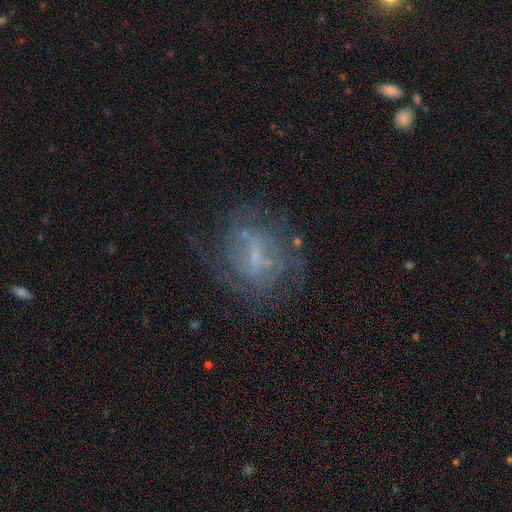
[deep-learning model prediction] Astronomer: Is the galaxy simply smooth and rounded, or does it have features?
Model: featured or disk — 66%.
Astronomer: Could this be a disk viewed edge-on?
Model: no — 96%.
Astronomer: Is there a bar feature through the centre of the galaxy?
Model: weak — 49% (runner-up: no, 32%).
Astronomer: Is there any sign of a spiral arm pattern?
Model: yes — 64%.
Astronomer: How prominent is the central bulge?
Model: small — 47% (runner-up: none, 29%).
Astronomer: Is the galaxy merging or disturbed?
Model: none — 62%.